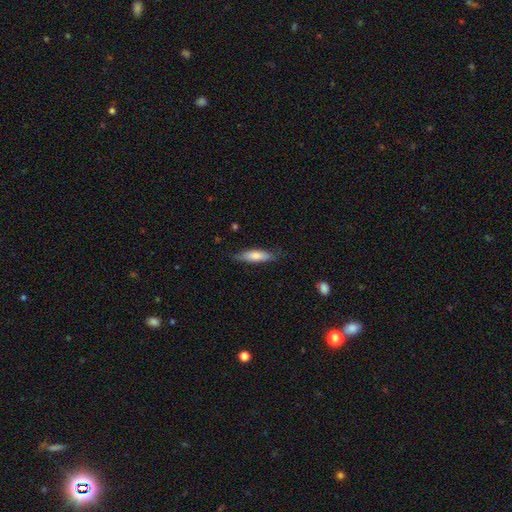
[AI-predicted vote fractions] smooth 73%, featured or disk 22%, star or artifact 6%. Down the decision tree: how rounded — cigar-shaped (63%); merging — none (76%).